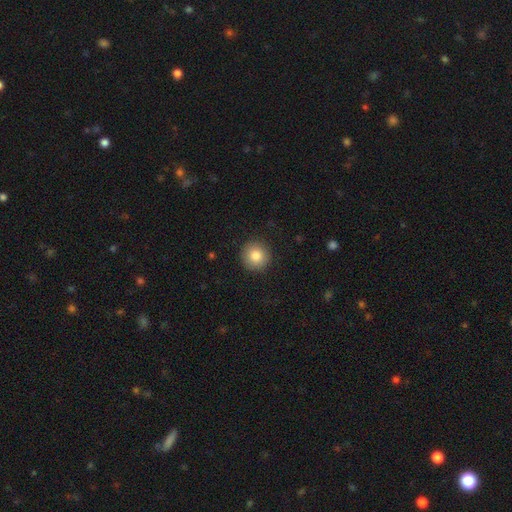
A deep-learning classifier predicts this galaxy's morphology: Smooth or featured? smooth (84%)
How rounded? round (94%)
Merging? none (91%)